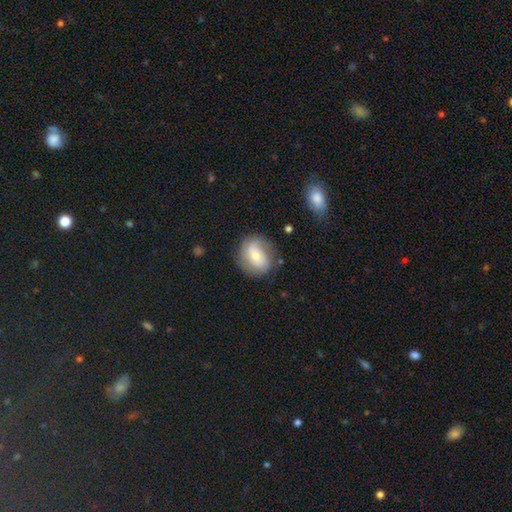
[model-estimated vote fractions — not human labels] A smooth galaxy with no disk features (51%) that is round (58%). Merging: none (71%).